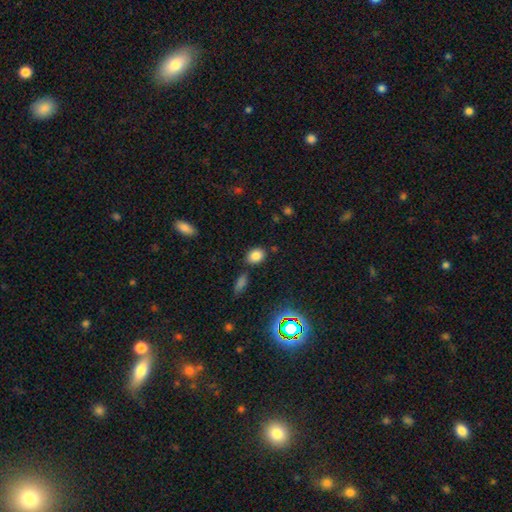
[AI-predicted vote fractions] The model was most divided on "how rounded": in between: 69%, round: 29%, cigar-shaped: 1%. More confident: smooth or featured — smooth (81%); merging — none (78%).